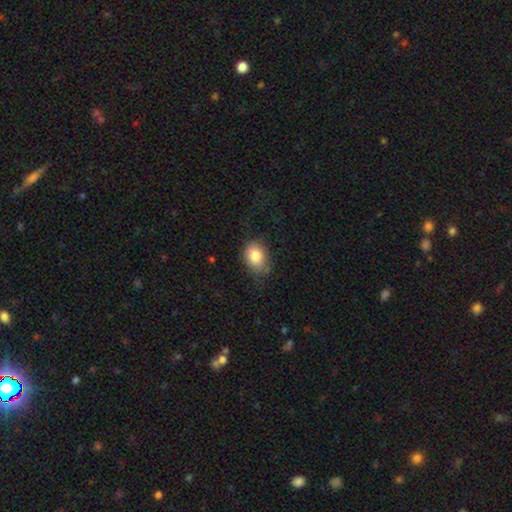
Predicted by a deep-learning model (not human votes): Overall: smooth (82%). How rounded: in between (64%; round 35%). Merging: none (69%).